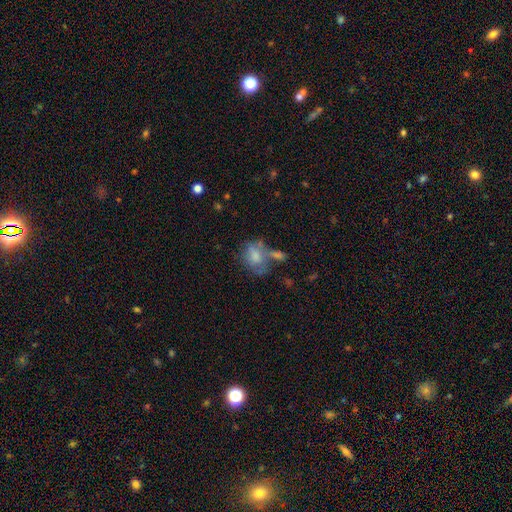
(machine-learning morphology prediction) Smooth or featured: smooth — 67% (featured or disk — 24%)
How rounded: in between — 64% (round — 34%)
Merging: none — 30% (merger — 29%)